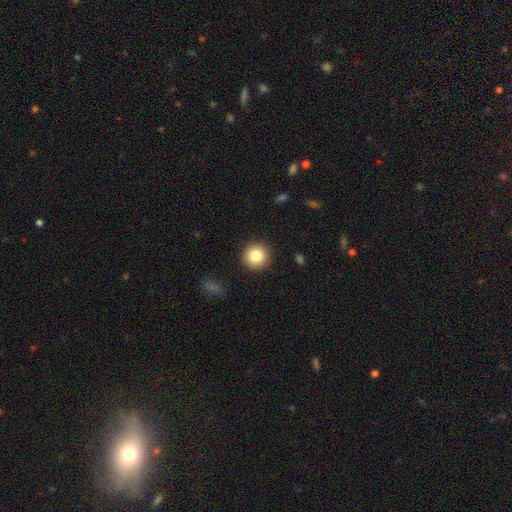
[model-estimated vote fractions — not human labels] A smooth galaxy with no disk features (84%) that is round (95%).

Vote fractions:
- Smooth or featured? smooth: 84% / star or artifact: 9% / featured or disk: 7%
- How rounded? round: 95% / in between: 4% / cigar-shaped: 1%
- Merging? none: 91% / minor disturbance: 6% / major disturbance: 2% / merger: 1%